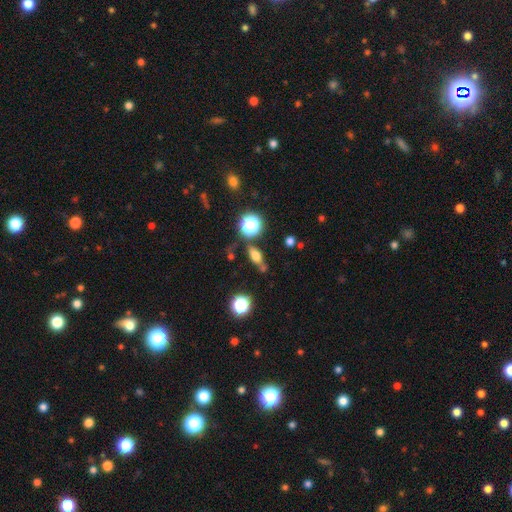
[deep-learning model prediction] Morphology: type=smooth (61%); roundness=in between (63%); merging=none (70%).